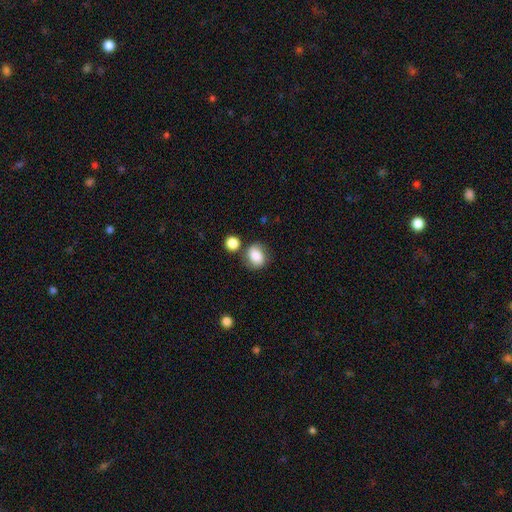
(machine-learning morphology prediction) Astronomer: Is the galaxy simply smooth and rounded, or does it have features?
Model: smooth — 76%.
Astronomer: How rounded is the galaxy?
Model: round — 56% (runner-up: in between, 42%).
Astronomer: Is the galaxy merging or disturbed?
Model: none — 66%.